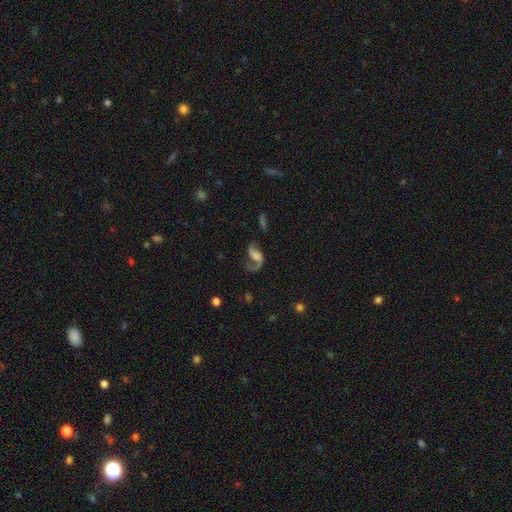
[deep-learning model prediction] This appears to be a featured or disk galaxy (81%) with a weak bar (42%), 2 (73%) loose (66%) spiral arms (94%) and a moderate central bulge (29%). Merging: none (53%).